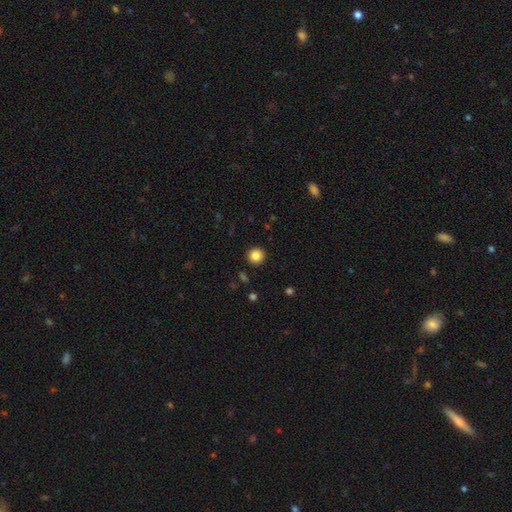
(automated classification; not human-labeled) This is clearly a smooth galaxy (85%). How rounded: clearly round (95%). Merging: clearly none (92%).